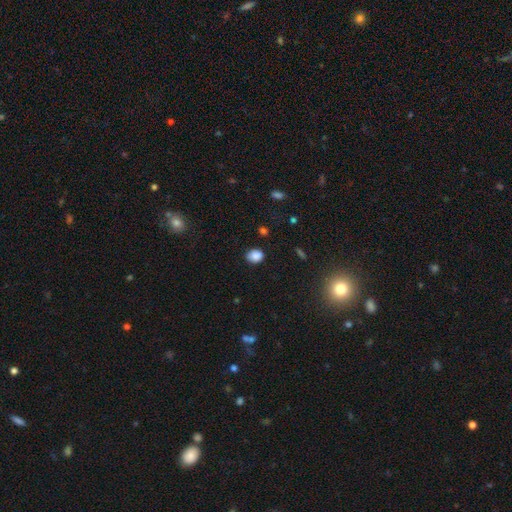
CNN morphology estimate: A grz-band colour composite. It shows a smooth galaxy with no disk features (85%) that is round (59%). Merging: none (81%).